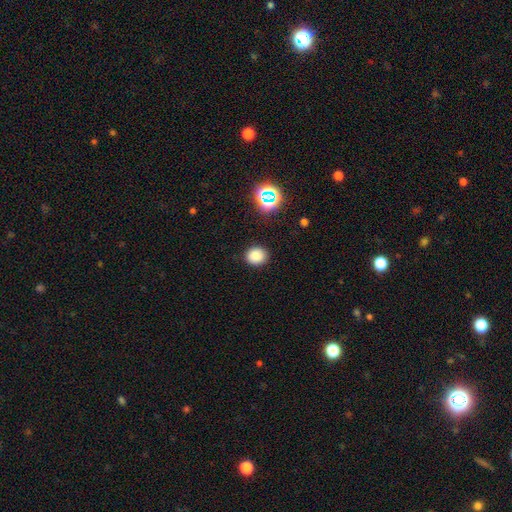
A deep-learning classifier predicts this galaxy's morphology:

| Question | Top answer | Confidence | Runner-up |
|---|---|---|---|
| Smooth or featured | smooth | 81% | star or artifact (14%) |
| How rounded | round | 75% | in between (24%) |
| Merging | none | 89% | minor disturbance (7%) |